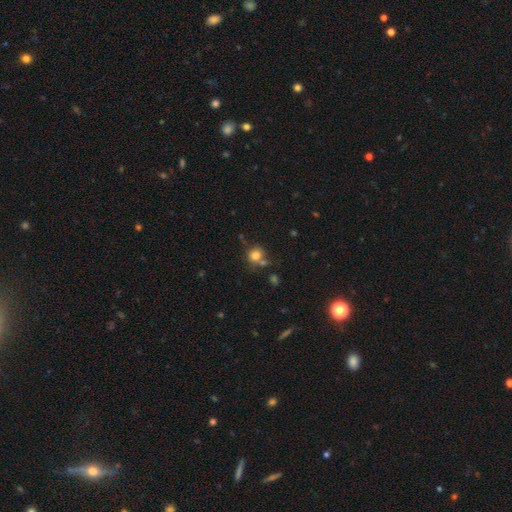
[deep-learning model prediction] Smooth or featured? Predicted: smooth (p=0.79). How rounded? Predicted: round (p=0.81). Merging? Predicted: none (p=0.61).